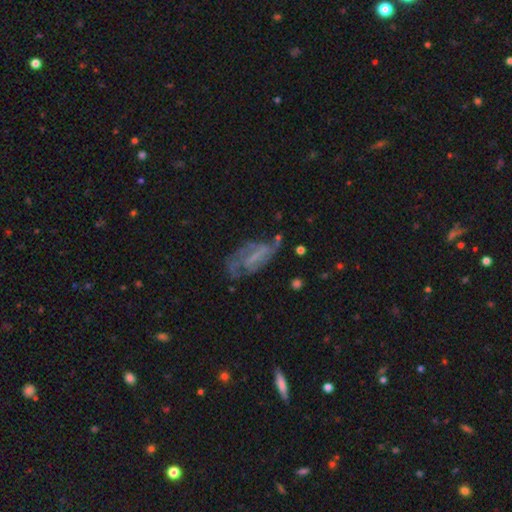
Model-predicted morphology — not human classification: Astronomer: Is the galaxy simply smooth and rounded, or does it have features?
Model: featured or disk — 70%.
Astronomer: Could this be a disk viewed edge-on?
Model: no — 93%.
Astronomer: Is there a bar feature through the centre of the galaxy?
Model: weak — 41% (runner-up: no, 33%).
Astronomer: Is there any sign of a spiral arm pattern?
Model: yes — 75%.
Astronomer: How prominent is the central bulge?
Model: none — 50% (runner-up: small, 33%).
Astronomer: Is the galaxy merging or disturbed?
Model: none — 47% (runner-up: minor disturbance, 25%).